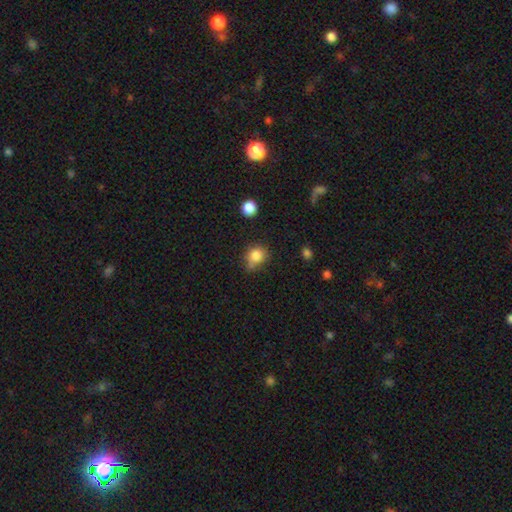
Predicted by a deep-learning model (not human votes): This appears to be a smooth galaxy with no disk features (82%) that is round (73%). Merging: none (56%).